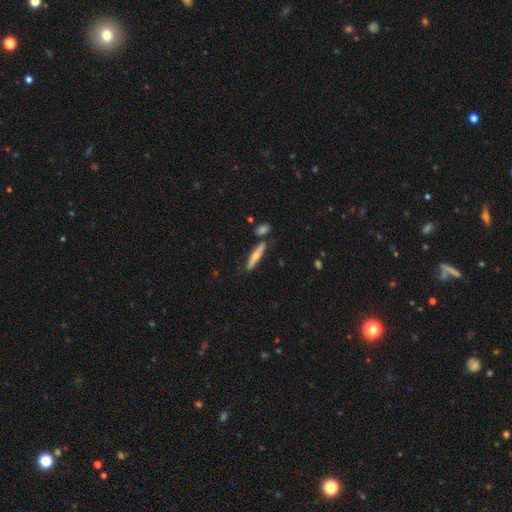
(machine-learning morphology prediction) A smooth galaxy with no disk features (57%) that is cigar-shaped (88%). Merging: none (77%).